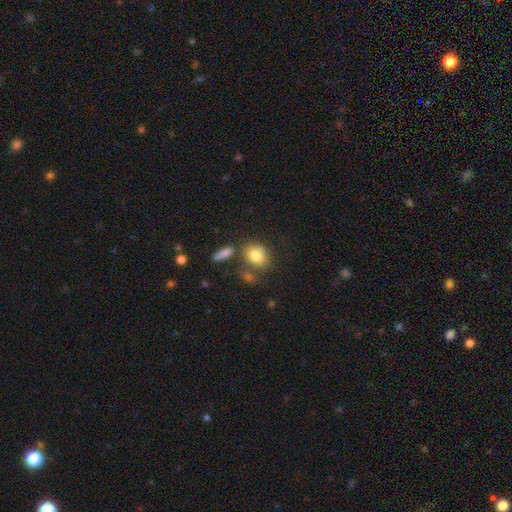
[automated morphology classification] This is clearly a smooth galaxy (80%). How rounded: likely in between (62%). Merging: possibly none (57%).